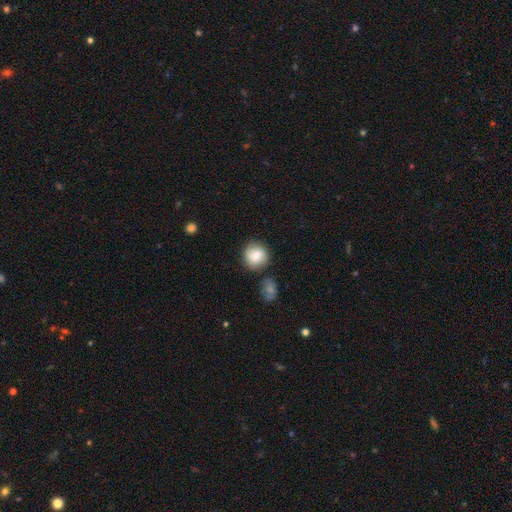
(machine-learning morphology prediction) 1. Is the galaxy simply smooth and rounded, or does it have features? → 78% smooth, 14% featured or disk, 8% star or artifact.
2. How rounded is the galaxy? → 89% round, 10% in between, 1% cigar-shaped.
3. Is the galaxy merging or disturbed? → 79% none, 11% minor disturbance, 7% merger, 3% major disturbance.